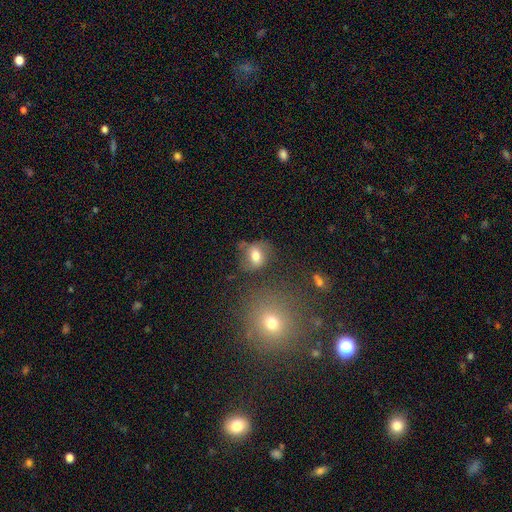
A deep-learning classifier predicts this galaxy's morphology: This appears to be a smooth galaxy with no disk features (67%) that is in between round and cigar-shaped (57%). Merging: none (54%).